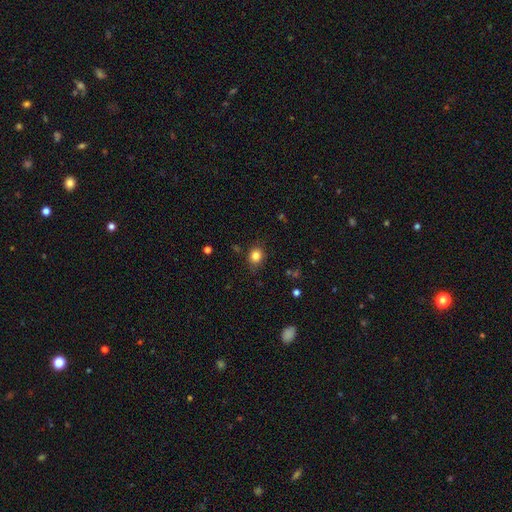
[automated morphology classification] This appears to be a smooth galaxy with no disk features (82%) that is round (65%). Merging: none (82%).